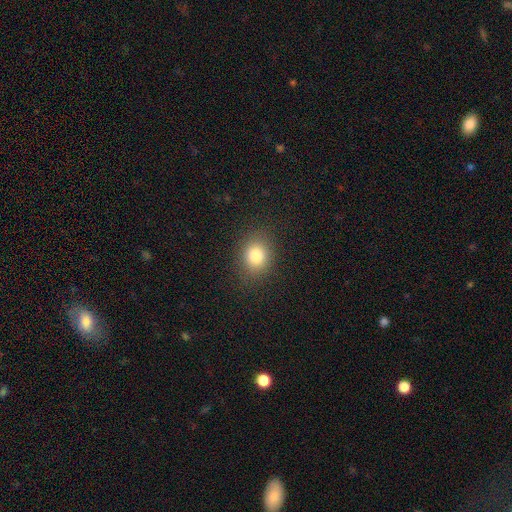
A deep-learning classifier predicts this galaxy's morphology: Smooth or featured?
  - smooth: 81% *
  - star or artifact: 12%
  - featured or disk: 8%
How rounded?
  - round: 56% *
  - in between: 43%
  - cigar-shaped: 1%
Merging?
  - none: 86% *
  - minor disturbance: 10%
  - major disturbance: 4%
  - merger: 1%